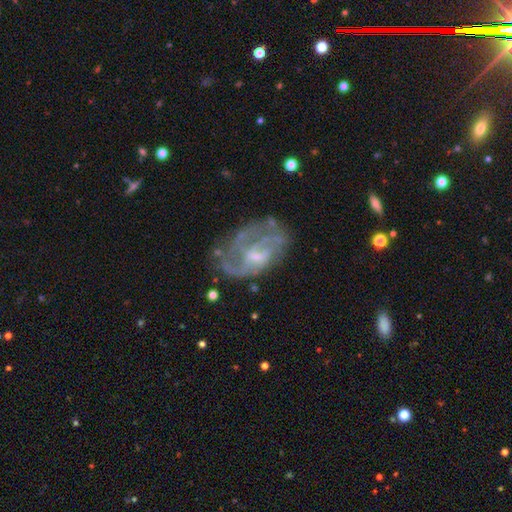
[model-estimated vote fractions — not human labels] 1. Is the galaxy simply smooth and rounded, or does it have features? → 77% featured or disk, 15% smooth, 8% star or artifact.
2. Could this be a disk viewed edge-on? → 97% no, 3% yes.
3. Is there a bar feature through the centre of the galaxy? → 48% weak, 43% no, 9% strong.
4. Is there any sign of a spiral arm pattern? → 74% yes, 26% no.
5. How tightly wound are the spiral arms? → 41% medium, 33% tight, 26% loose.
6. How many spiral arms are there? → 41% can't tell, 25% 2, 15% 3, 10% 1, 5% 4, 3% more than 4.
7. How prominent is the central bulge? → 46% small, 30% moderate, 21% none, 2% large, 1% dominant.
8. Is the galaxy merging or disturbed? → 50% none, 24% major disturbance, 23% minor disturbance, 4% merger.